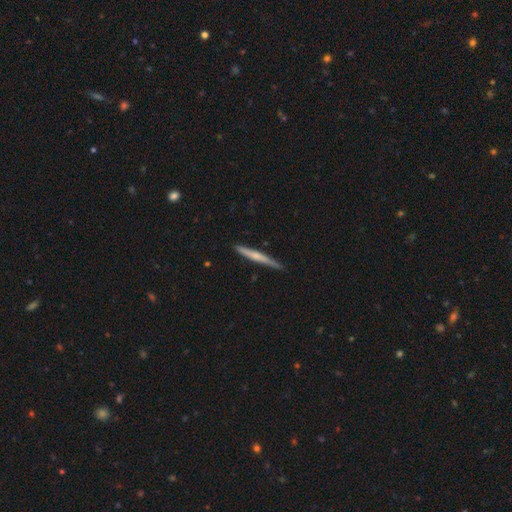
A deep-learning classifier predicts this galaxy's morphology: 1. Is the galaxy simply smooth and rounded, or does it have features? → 49% featured or disk, 45% smooth, 5% star or artifact.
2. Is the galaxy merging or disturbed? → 86% none, 11% minor disturbance, 2% major disturbance, 1% merger.